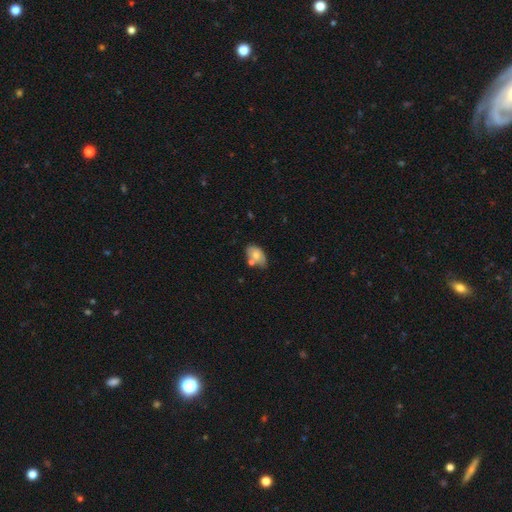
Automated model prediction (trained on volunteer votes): A smooth galaxy with no disk features (68%) that is in between round and cigar-shaped (89%). Merging: none (48%).